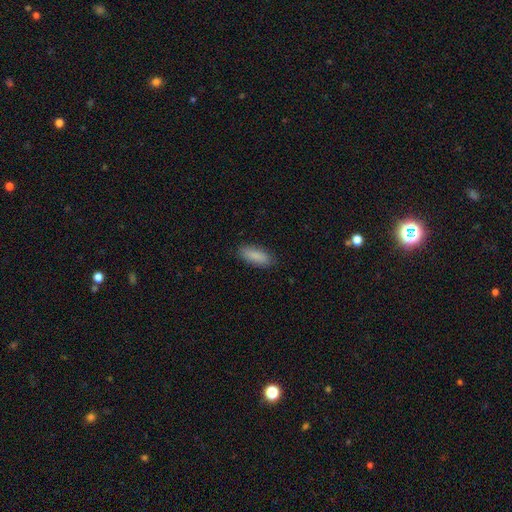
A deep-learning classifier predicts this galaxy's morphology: smooth-or-featured: smooth: 89% | star or artifact: 6% | featured or disk: 5%
  how-rounded: in between: 73% | cigar-shaped: 25% | round: 2%
  merging: none: 87% | minor disturbance: 9% | major disturbance: 2% | merger: 1%